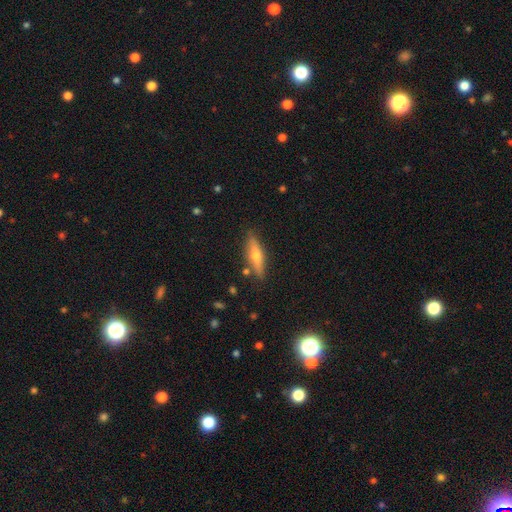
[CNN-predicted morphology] A featured or disk galaxy (53%) viewed edge-on (91%). Merging: none (85%).